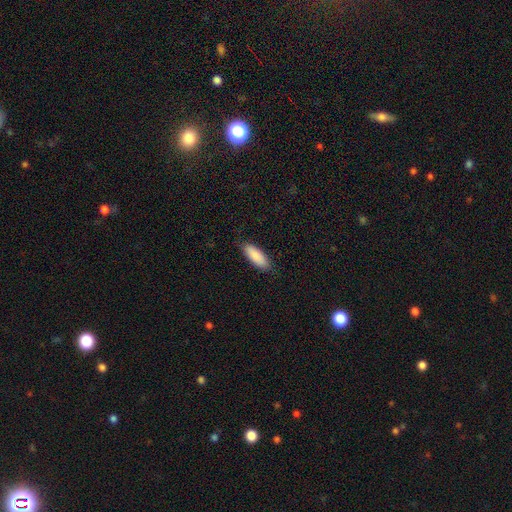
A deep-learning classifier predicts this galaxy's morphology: Smooth or featured?
  - smooth: 88% *
  - featured or disk: 6%
  - star or artifact: 6%
How rounded?
  - in between: 67% *
  - cigar-shaped: 31%
  - round: 2%
Merging?
  - none: 86% *
  - minor disturbance: 11%
  - major disturbance: 2%
  - merger: 1%